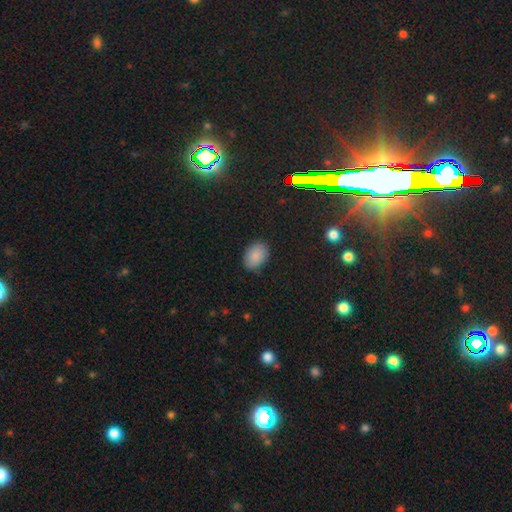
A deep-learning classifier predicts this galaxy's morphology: smooth 87%, star or artifact 9%, featured or disk 5%. Down the decision tree: how rounded — in between (85%); merging — none (84%).